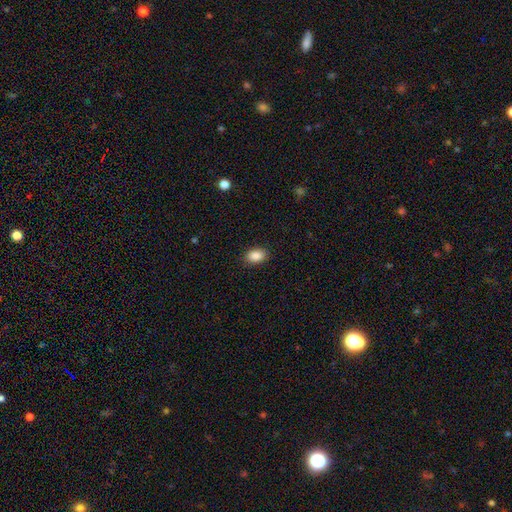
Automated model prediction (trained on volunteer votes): This appears to be a smooth galaxy with no disk features (88%) that is in between round and cigar-shaped (86%). Merging: none (89%).